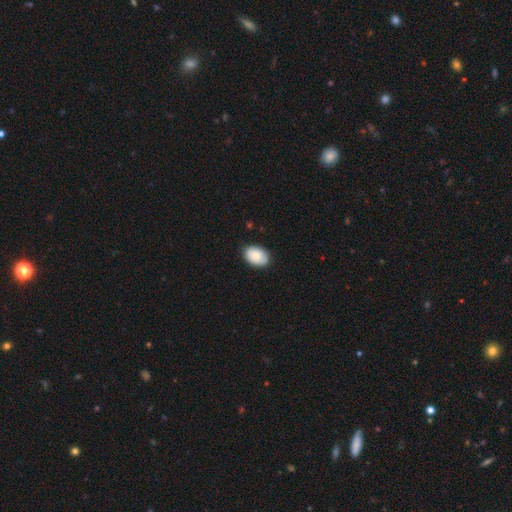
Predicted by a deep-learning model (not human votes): This appears to be a smooth galaxy with no disk features (82%) that is in between round and cigar-shaped (83%). Merging: none (84%).